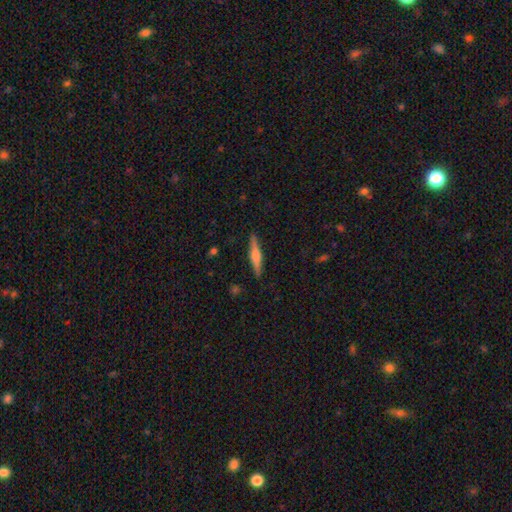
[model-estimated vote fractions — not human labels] Morphology: type=featured or disk (57%); edge-on=yes (97%); edge-on bulge=rounded (80%); merging=none (90%).